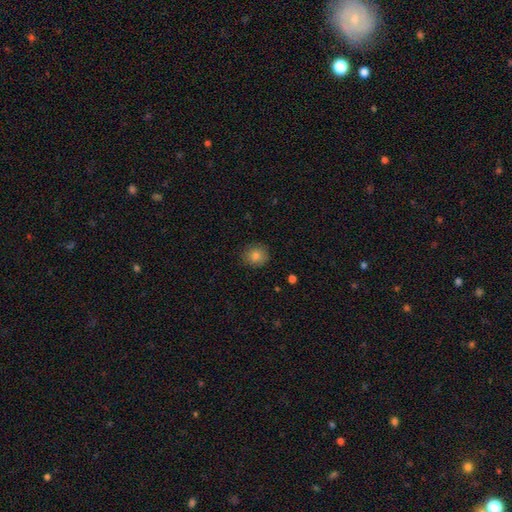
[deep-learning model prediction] Smooth or featured: smooth — 82% (star or artifact — 11%)
How rounded: round — 81% (in between — 18%)
Merging: none — 87% (minor disturbance — 10%)